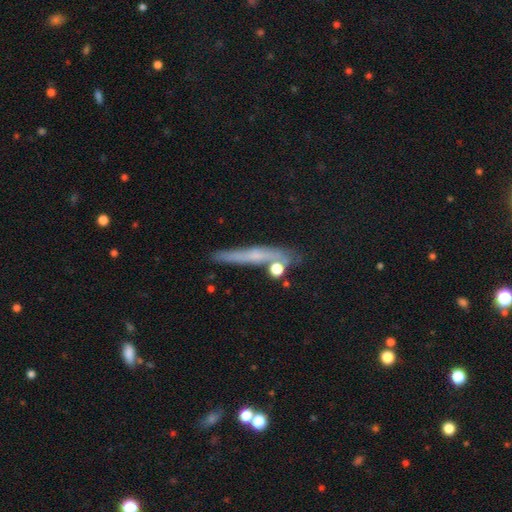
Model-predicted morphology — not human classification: smooth_or_featured: smooth (p=0.43) [tied with: featured or disk p=0.43]
merging: none (p=0.72) [alt: minor disturbance p=0.15]